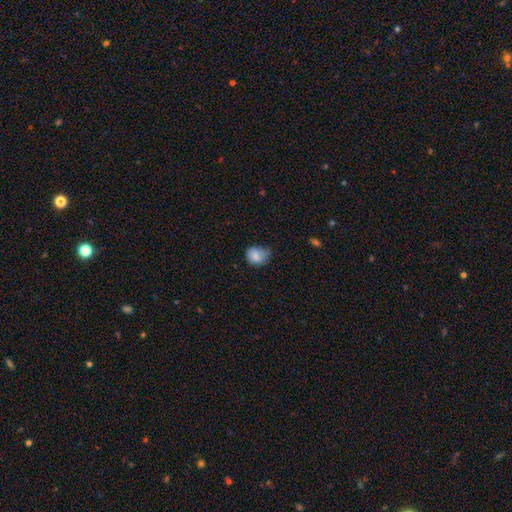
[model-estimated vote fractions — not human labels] Smooth or featured?
  - smooth: 81% *
  - featured or disk: 11%
  - star or artifact: 9%
How rounded?
  - round: 55% *
  - in between: 44%
  - cigar-shaped: 1%
Merging?
  - none: 44% *
  - minor disturbance: 41%
  - major disturbance: 13%
  - merger: 2%